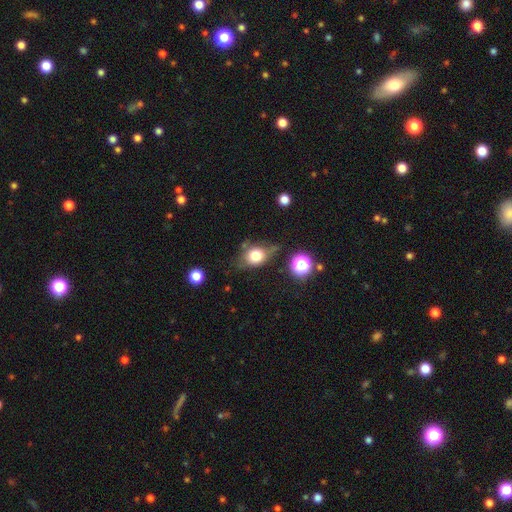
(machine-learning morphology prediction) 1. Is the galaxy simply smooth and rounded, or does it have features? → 72% smooth, 16% featured or disk, 12% star or artifact.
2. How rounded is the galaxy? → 49% in between (tied), 49% round (tied), 2% cigar-shaped.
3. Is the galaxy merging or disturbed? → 57% none, 27% minor disturbance, 10% major disturbance, 6% merger.